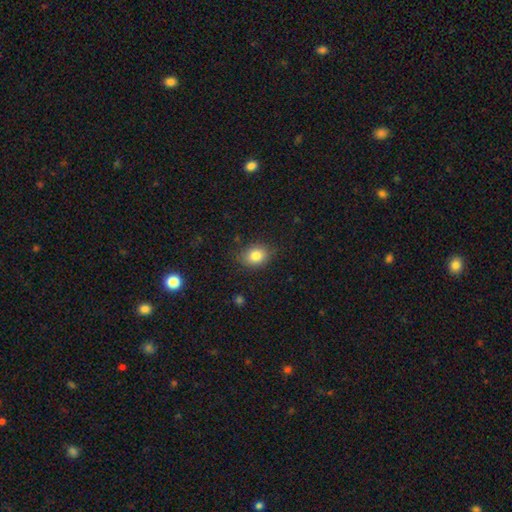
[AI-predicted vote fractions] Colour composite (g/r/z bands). It shows a smooth galaxy with no disk features (83%) that is in between round and cigar-shaped (56%). Merging: none (79%).